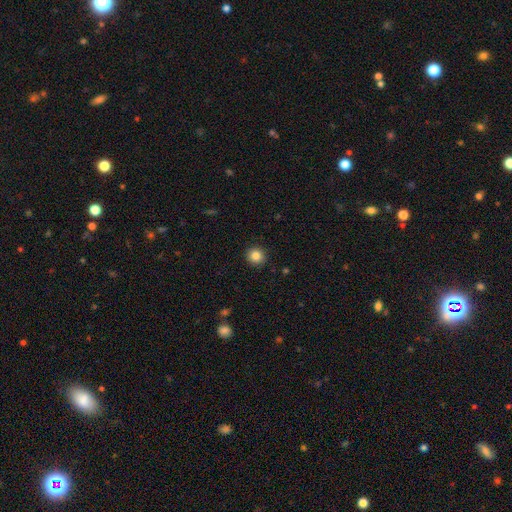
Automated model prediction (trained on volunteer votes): The model was most divided on "smooth or featured": smooth: 85%, star or artifact: 10%, featured or disk: 5%. More confident: how rounded — round (92%); merging — none (91%).